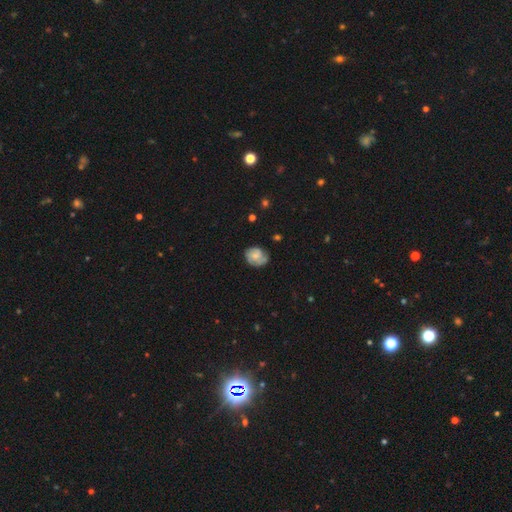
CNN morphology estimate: Smooth or featured? Predicted: smooth (p=0.49). Merging? Predicted: none (p=0.62).